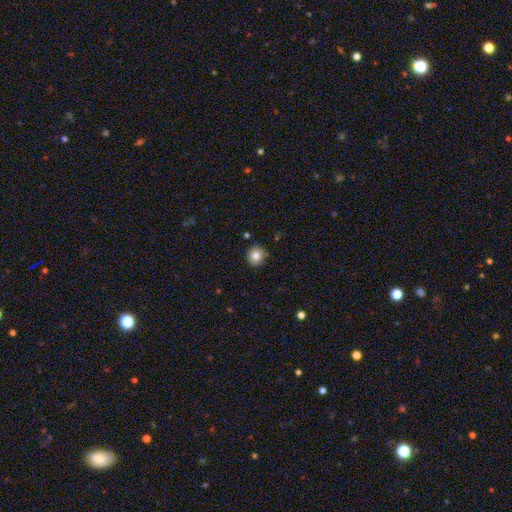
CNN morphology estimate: Smooth or featured?
  - smooth: 82% *
  - star or artifact: 10%
  - featured or disk: 8%
How rounded?
  - round: 93% *
  - in between: 6%
  - cigar-shaped: 1%
Merging?
  - none: 89% *
  - minor disturbance: 8%
  - major disturbance: 2%
  - merger: 2%